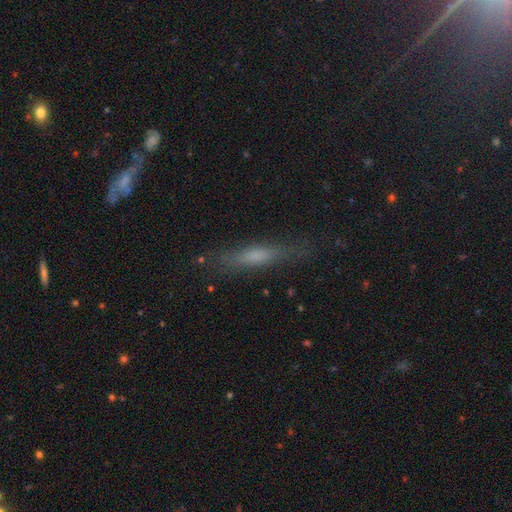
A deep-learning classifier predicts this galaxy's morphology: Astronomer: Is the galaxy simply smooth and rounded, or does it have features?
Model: smooth — 55% (runner-up: featured or disk, 35%).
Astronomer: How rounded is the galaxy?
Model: cigar-shaped — 86%.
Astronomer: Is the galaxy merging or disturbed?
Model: none — 80%.